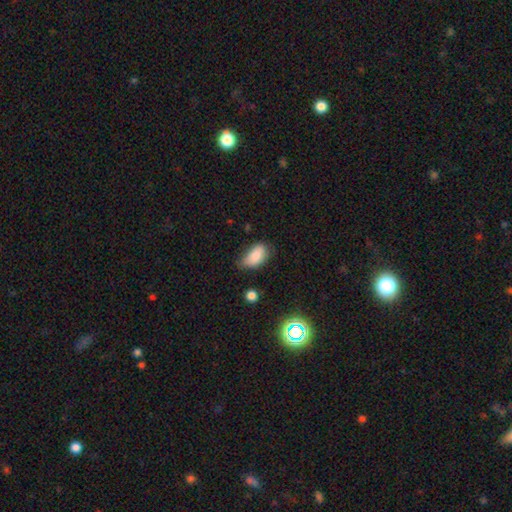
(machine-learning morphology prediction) The model was most divided on "merging": none: 53%, minor disturbance: 37%, major disturbance: 8%, merger: 3%. More confident: how rounded — in between (92%); smooth or featured — smooth (81%).